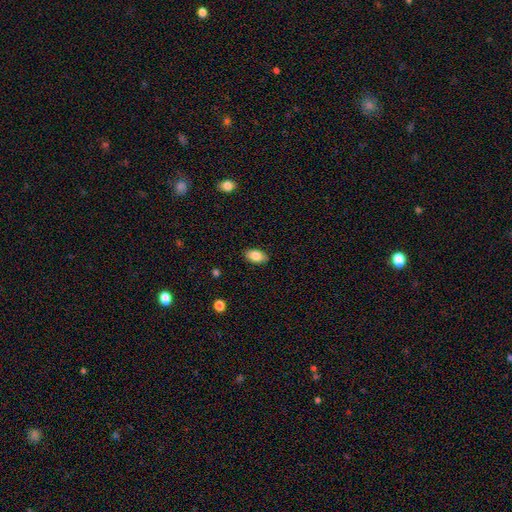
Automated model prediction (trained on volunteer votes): Q: Smooth or featured?
A: smooth (84%); runner-up: featured or disk (8%)
Q: How rounded?
A: in between (92%); runner-up: round (6%)
Q: Merging?
A: none (87%); runner-up: minor disturbance (10%)